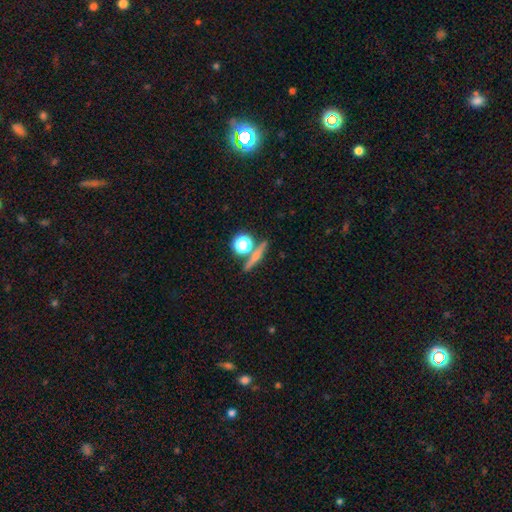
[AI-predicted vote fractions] smooth_or_featured: featured or disk (p=0.47) [alt: smooth p=0.37]
merging: none (p=0.78) [alt: merger p=0.12]